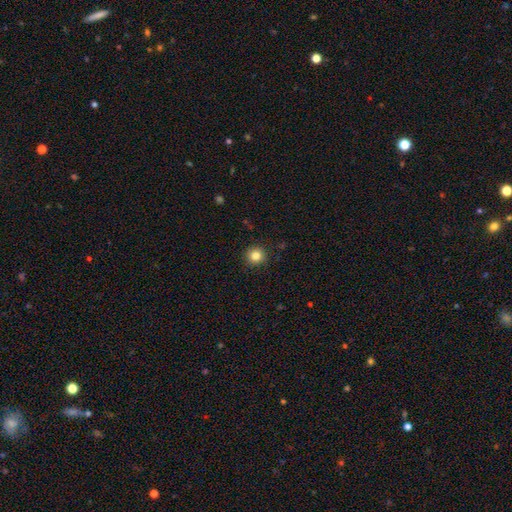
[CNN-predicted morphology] smooth-or-featured: smooth: 82% | star or artifact: 11% | featured or disk: 6%
  how-rounded: round: 94% | in between: 5% | cigar-shaped: 1%
  merging: none: 92% | minor disturbance: 6% | major disturbance: 2% | merger: 1%